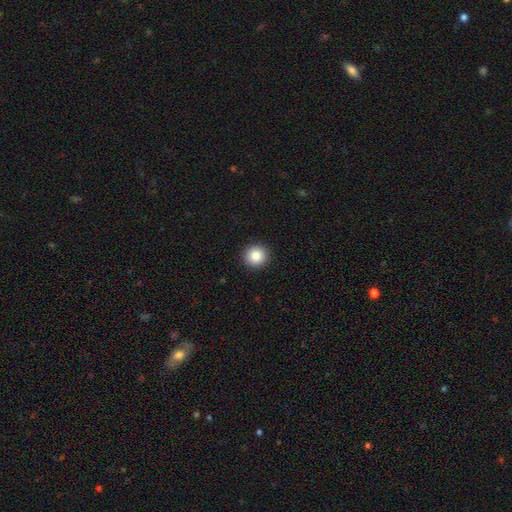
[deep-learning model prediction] A smooth galaxy with no disk features (86%) that is round (93%).

Vote fractions:
- Smooth or featured? smooth: 86% / star or artifact: 9% / featured or disk: 5%
- How rounded? round: 93% / in between: 6% / cigar-shaped: 1%
- Merging? none: 93% / minor disturbance: 5% / major disturbance: 2% / merger: 1%